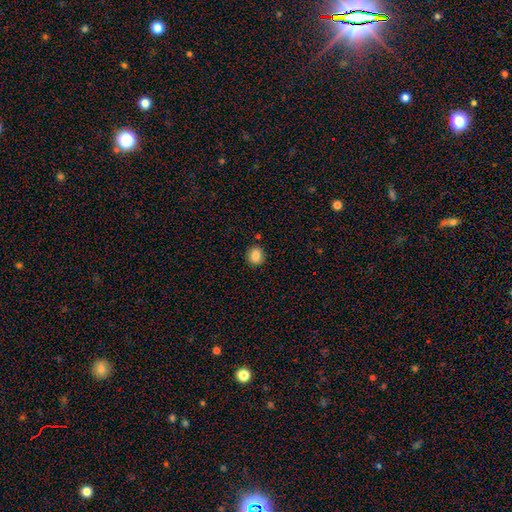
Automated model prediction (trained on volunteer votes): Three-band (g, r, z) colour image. It shows a smooth galaxy with no disk features (85%) that is round (75%). Merging: none (87%).